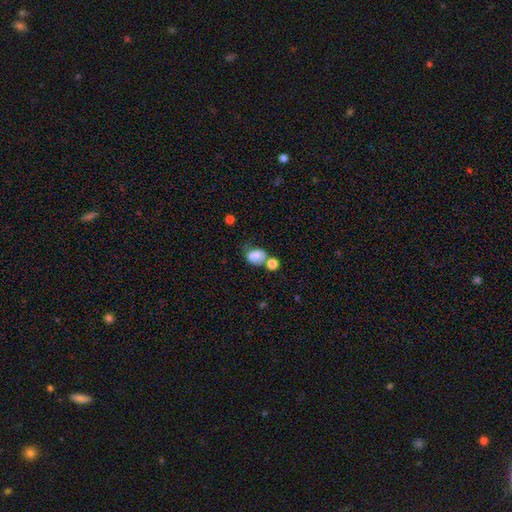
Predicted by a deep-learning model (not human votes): Q: Smooth or featured?
A: smooth (76%); runner-up: featured or disk (14%)
Q: How rounded?
A: in between (65%); runner-up: round (34%)
Q: Merging?
A: none (35%); runner-up: merger (32%)